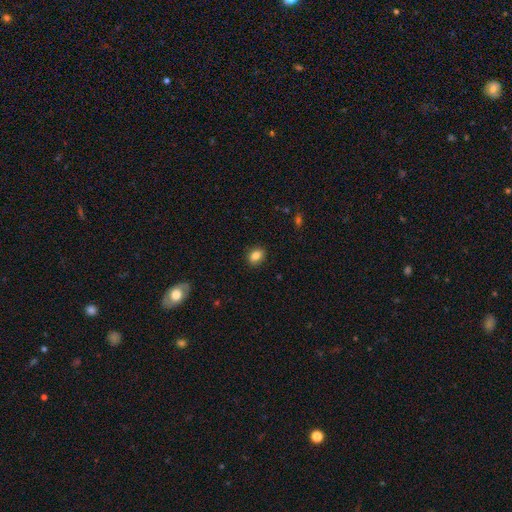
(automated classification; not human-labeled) The model was most divided on "how rounded": in between: 64%, round: 35%, cigar-shaped: 1%. More confident: merging — none (89%); smooth or featured — smooth (85%).